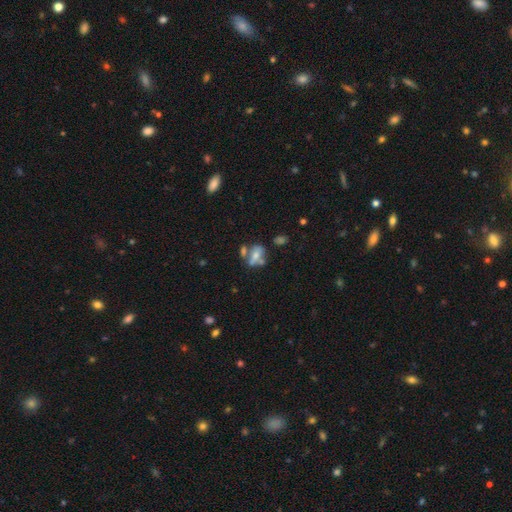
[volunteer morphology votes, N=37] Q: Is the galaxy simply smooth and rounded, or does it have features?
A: smooth — 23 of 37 (62%).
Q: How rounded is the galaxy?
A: in between — 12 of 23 (52%).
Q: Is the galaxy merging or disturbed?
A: none — 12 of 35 (34%, tied with merger).